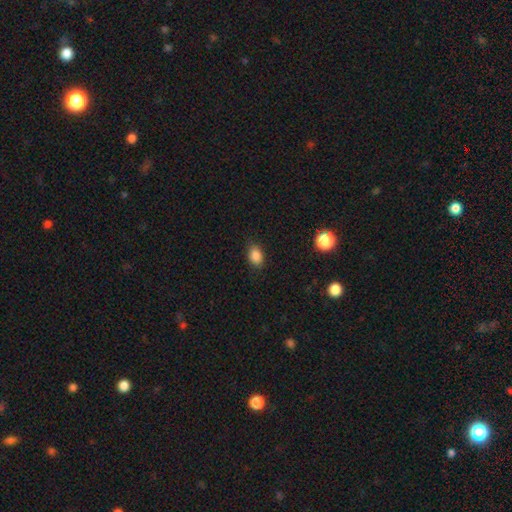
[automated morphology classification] A smooth galaxy with no disk features (85%) that is in between round and cigar-shaped (74%).

Vote fractions:
- Smooth or featured? smooth: 85% / star or artifact: 10% / featured or disk: 4%
- How rounded? in between: 74% / round: 24% / cigar-shaped: 1%
- Merging? none: 82% / minor disturbance: 14% / major disturbance: 3% / merger: 1%